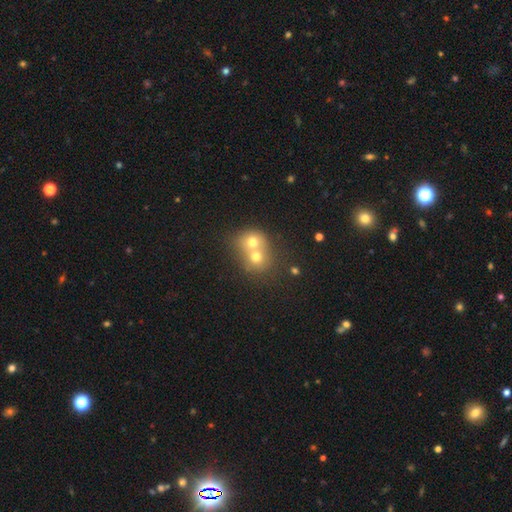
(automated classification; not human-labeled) Overall: smooth (61%; featured or disk 22%). How rounded: round (75%). Merging: merger (66%; none 27%).